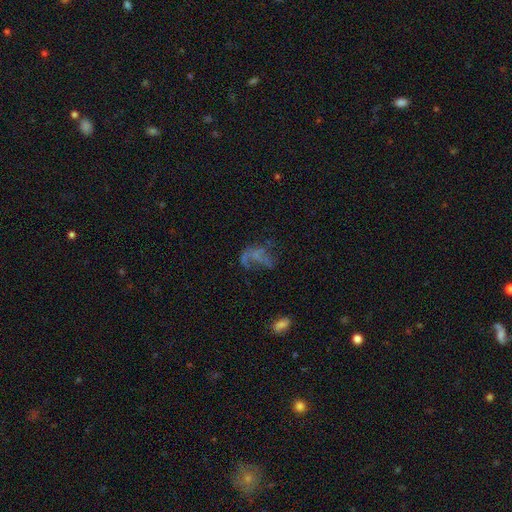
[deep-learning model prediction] Smooth or featured? Predicted: featured or disk (p=0.49). Merging? Predicted: major disturbance (p=0.45).